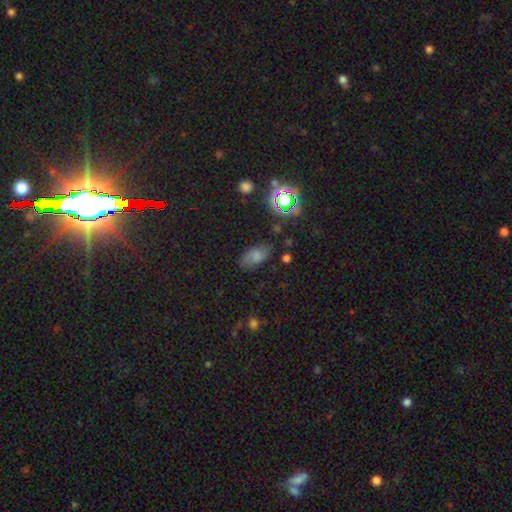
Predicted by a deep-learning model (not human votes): smooth 60%, featured or disk 22%, star or artifact 18%. Down the decision tree: how rounded — in between (89%); merging — none (69%).